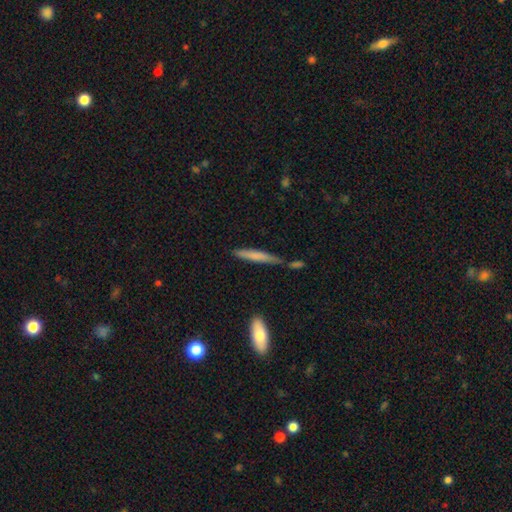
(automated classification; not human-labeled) A smooth galaxy with no disk features (68%) that is cigar-shaped (93%). Merging: none (68%).